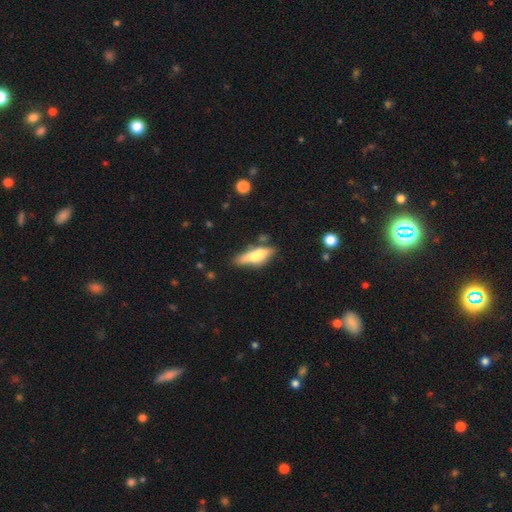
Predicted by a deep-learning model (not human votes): smooth 49%, featured or disk 43%, star or artifact 7%. Down the decision tree: merging — none (54%).